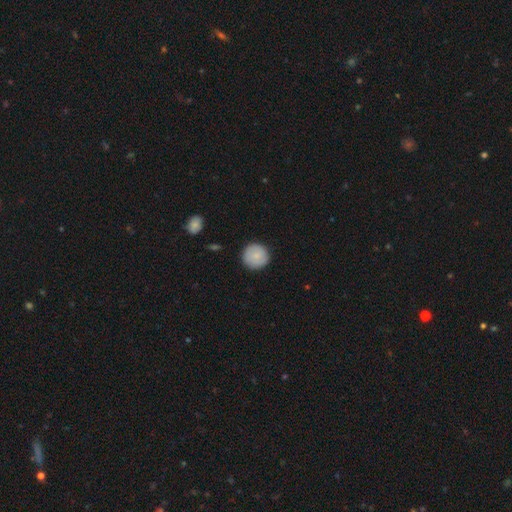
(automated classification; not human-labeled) A smooth galaxy with no disk features (75%) that is round (93%).

Vote fractions:
- Smooth or featured? smooth: 75% / featured or disk: 19% / star or artifact: 6%
- How rounded? round: 93% / in between: 6% / cigar-shaped: 1%
- Merging? none: 88% / minor disturbance: 9% / major disturbance: 2% / merger: 1%